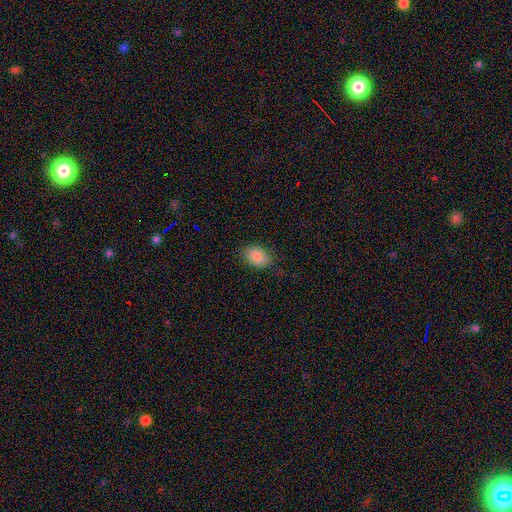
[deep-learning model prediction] smooth 86%, star or artifact 8%, featured or disk 6%. Down the decision tree: how rounded — in between (77%); merging — none (77%).